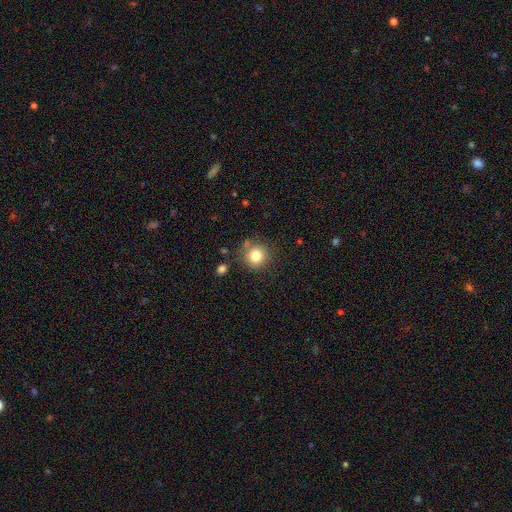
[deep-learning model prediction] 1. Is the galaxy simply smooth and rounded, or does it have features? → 80% smooth, 12% star or artifact, 8% featured or disk.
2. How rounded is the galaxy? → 91% round, 8% in between, 1% cigar-shaped.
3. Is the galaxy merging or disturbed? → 79% none, 11% minor disturbance, 6% merger, 4% major disturbance.